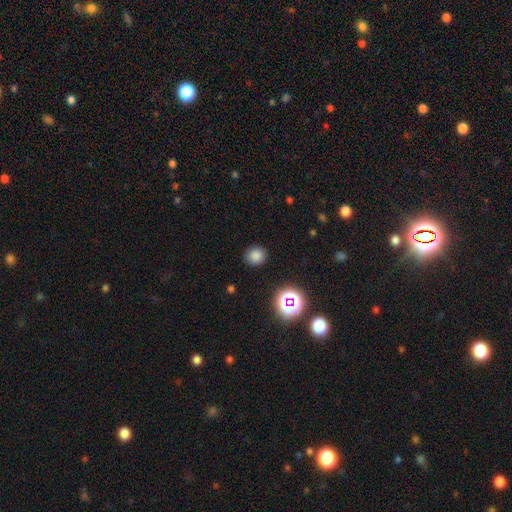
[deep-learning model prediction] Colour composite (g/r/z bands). It shows a smooth galaxy with no disk features (79%) that is round (83%). Merging: none (89%).